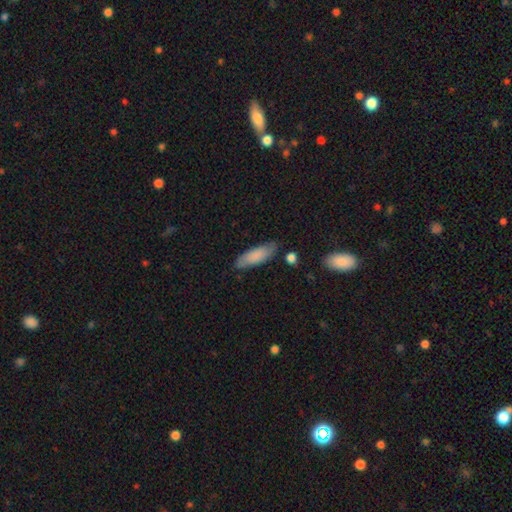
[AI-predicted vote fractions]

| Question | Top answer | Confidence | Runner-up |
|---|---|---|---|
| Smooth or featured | smooth | 81% | featured or disk (14%) |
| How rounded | in between | 57% | cigar-shaped (41%) |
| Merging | none | 77% | minor disturbance (17%) |